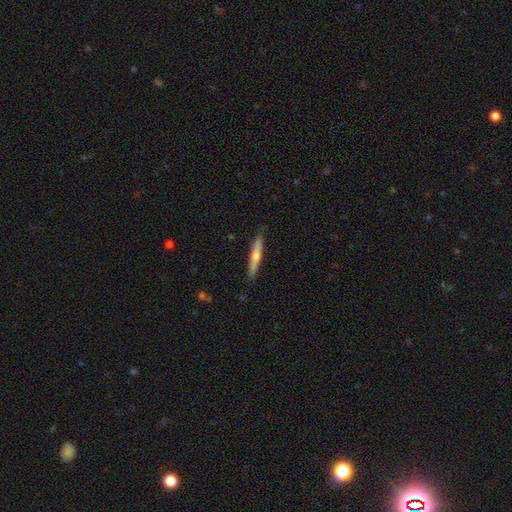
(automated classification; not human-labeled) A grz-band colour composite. It shows a featured or disk galaxy (55%) viewed edge-on (96%) with a rounded central bulge (79%). Merging: none (89%).